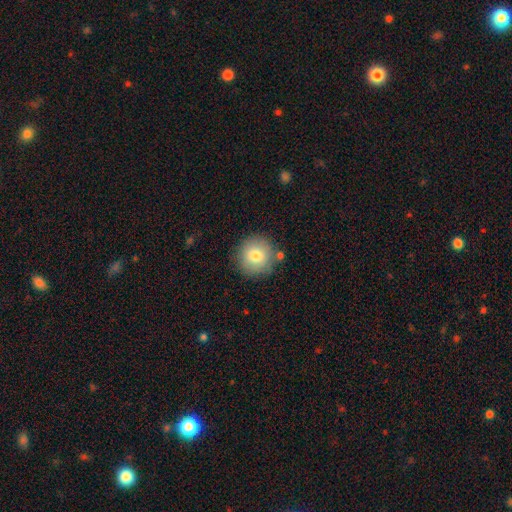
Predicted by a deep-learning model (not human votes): smooth-or-featured: smooth: 79% | featured or disk: 11% | star or artifact: 9%
  how-rounded: round: 94% | in between: 5% | cigar-shaped: 1%
  merging: none: 83% | minor disturbance: 10% | merger: 5% | major disturbance: 3%